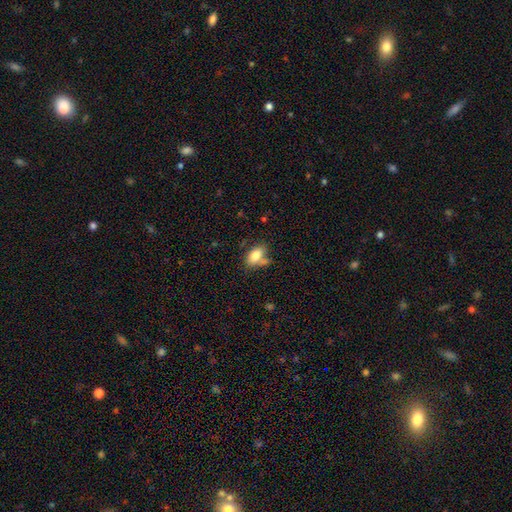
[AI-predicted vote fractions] Smooth or featured? Predicted: smooth (p=0.80). How rounded? Predicted: in between (p=0.89). Merging? Predicted: none (p=0.54).